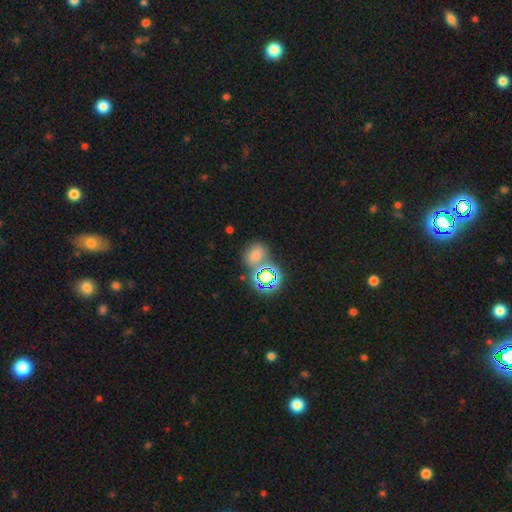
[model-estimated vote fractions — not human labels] Q: Smooth or featured?
A: smooth (49%); runner-up: star or artifact (41%)
Q: Merging?
A: none (64%); runner-up: merger (20%)